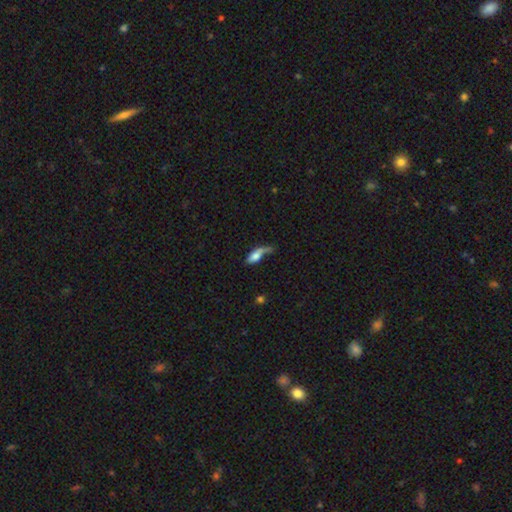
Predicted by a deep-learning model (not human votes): Smooth or featured: smooth — 63% (featured or disk — 30%)
How rounded: in between — 66% (cigar-shaped — 29%)
Merging: major disturbance — 32% (none — 29%)